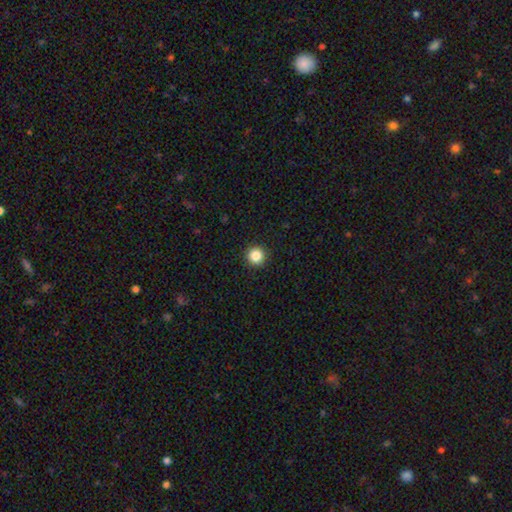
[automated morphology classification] Smooth or featured?
  - smooth: 85% *
  - star or artifact: 11%
  - featured or disk: 4%
How rounded?
  - round: 96% *
  - in between: 3%
  - cigar-shaped: 1%
Merging?
  - none: 93% *
  - minor disturbance: 4%
  - major disturbance: 1%
  - merger: 1%